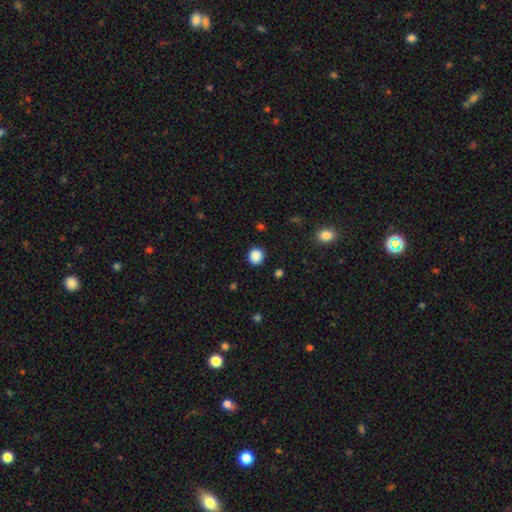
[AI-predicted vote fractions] Smooth or featured?
  - smooth: 88% *
  - star or artifact: 10%
  - featured or disk: 3%
How rounded?
  - round: 89% *
  - in between: 10%
  - cigar-shaped: 1%
Merging?
  - none: 91% *
  - minor disturbance: 6%
  - major disturbance: 2%
  - merger: 1%